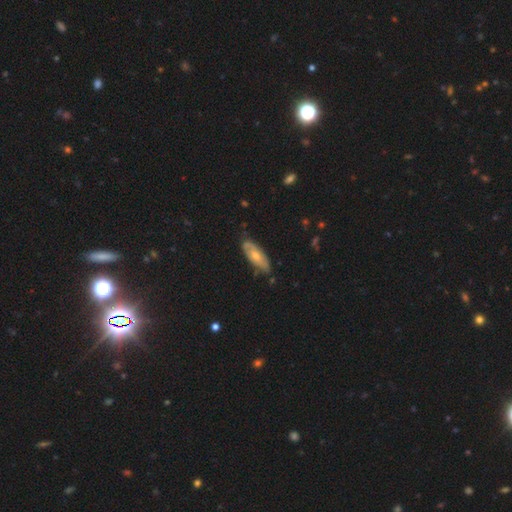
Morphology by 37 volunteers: A featured or disk galaxy (54%) with no bar (62%), tight (62%) spiral arms (50%, tied with no) and a moderate central bulge (50%). Merging: none (65%).